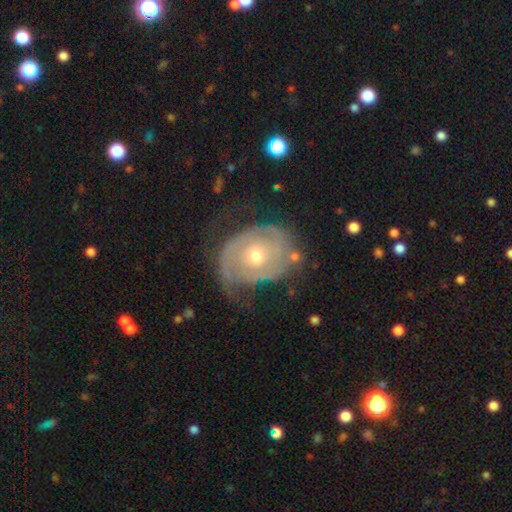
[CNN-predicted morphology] A featured or disk galaxy (81%) with no bar (77%), 2 (40%) tight (67%) spiral arms (87%) and a moderate central bulge (55%). Merging: none (59%).